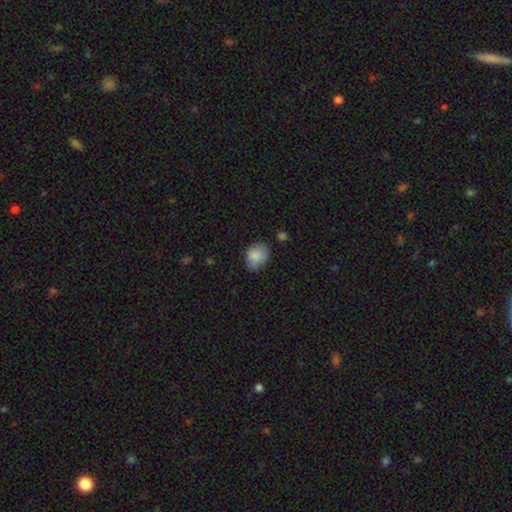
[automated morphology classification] A smooth galaxy with no disk features (84%) that is round (50%). Merging: none (63%).